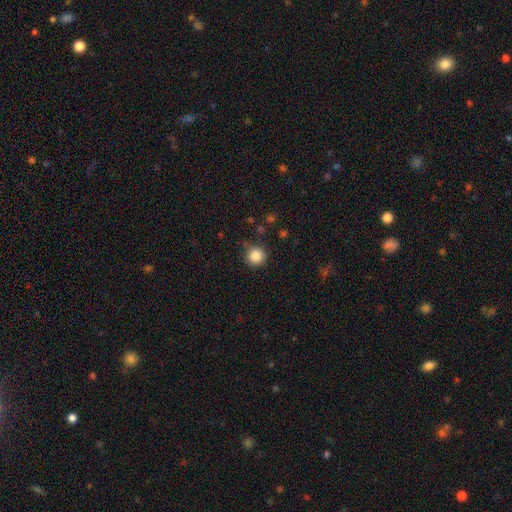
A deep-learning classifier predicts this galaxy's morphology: The model was most divided on "smooth or featured": smooth: 85%, star or artifact: 11%, featured or disk: 4%. More confident: how rounded — round (95%); merging — none (87%).